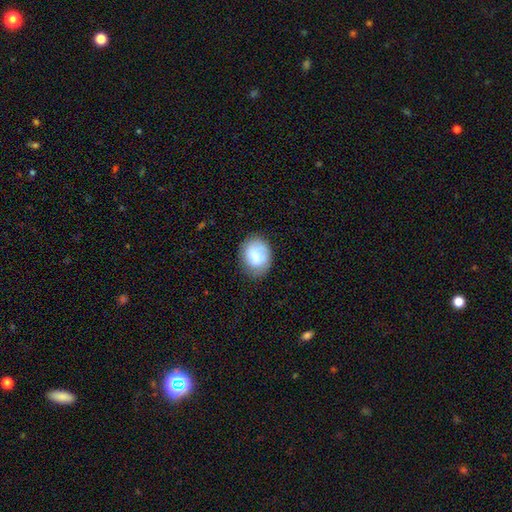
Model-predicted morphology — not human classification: type=smooth (73%); roundness=in between (56%); merging=none (73%).